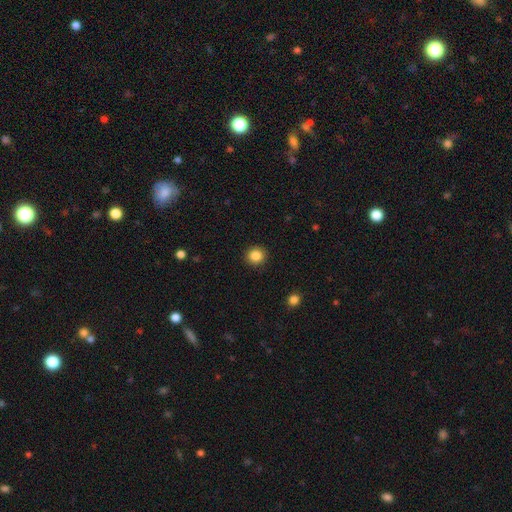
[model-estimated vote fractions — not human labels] smooth_or_featured: smooth (p=0.86) [alt: star or artifact p=0.10]
how_rounded: round (p=0.91) [alt: in between p=0.09]
merging: none (p=0.92) [alt: minor disturbance p=0.05]